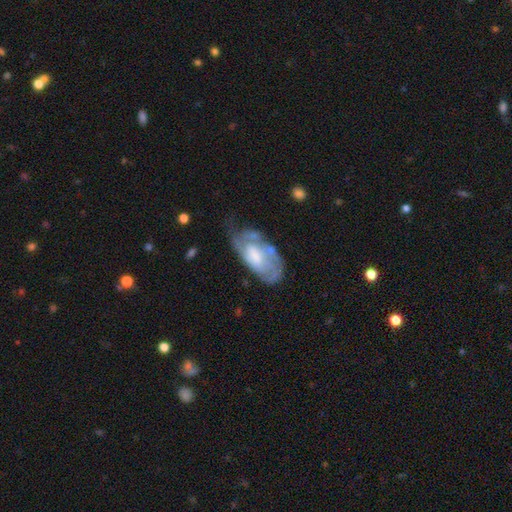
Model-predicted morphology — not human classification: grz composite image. It shows a featured or disk galaxy (64%) with no bar (55%), spiral arms (75%) and a moderate central bulge (35%). Merging: none (40%).